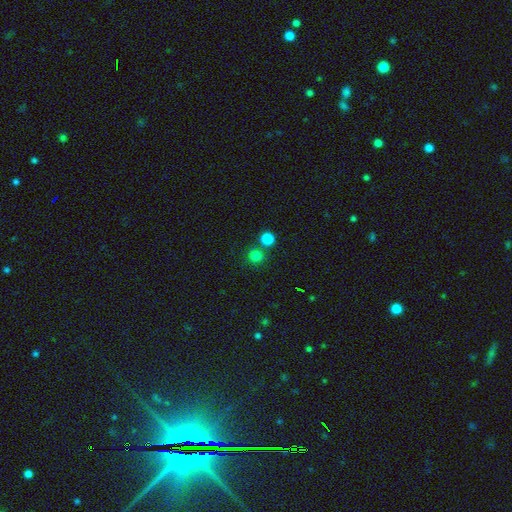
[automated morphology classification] type=smooth (78%); roundness=round (92%); merging=none (72%).